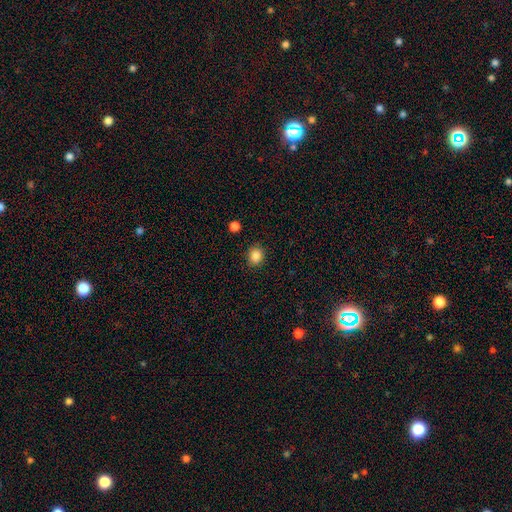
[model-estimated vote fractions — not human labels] This appears to be a smooth galaxy with no disk features (87%) that is round (74%). Merging: none (89%).